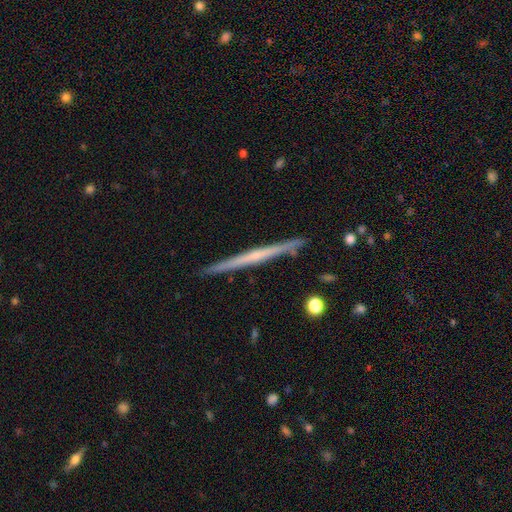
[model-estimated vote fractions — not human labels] Morphology: type=featured or disk (64%); edge-on=yes (98%); edge-on bulge=none (74%); merging=none (91%).